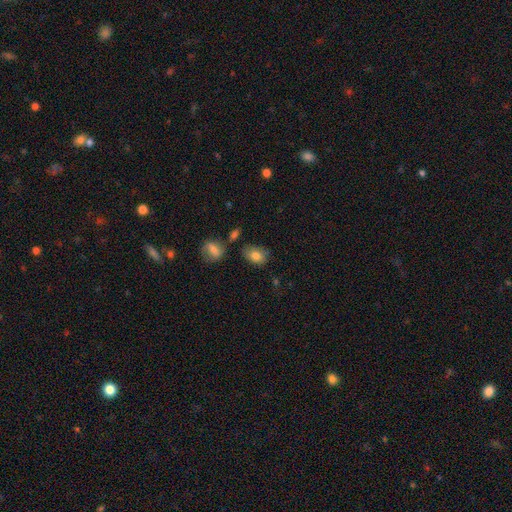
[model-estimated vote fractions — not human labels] smooth 79%, featured or disk 13%, star or artifact 9%. Down the decision tree: how rounded — in between (79%); merging — none (70%).